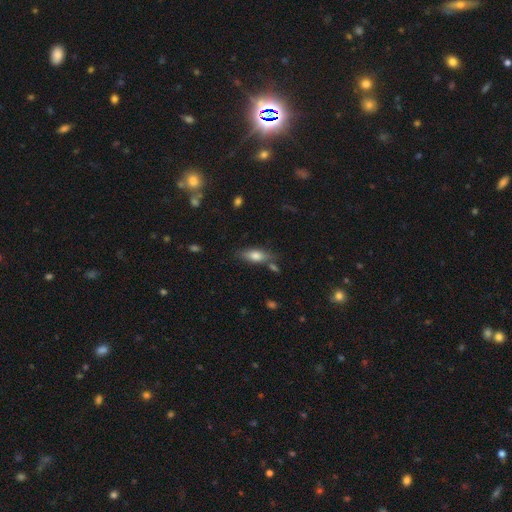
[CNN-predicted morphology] smooth_or_featured: smooth (p=0.73) [alt: featured or disk p=0.20]
how_rounded: in between (p=0.70) [alt: cigar-shaped p=0.27]
merging: none (p=0.69) [alt: minor disturbance p=0.17]